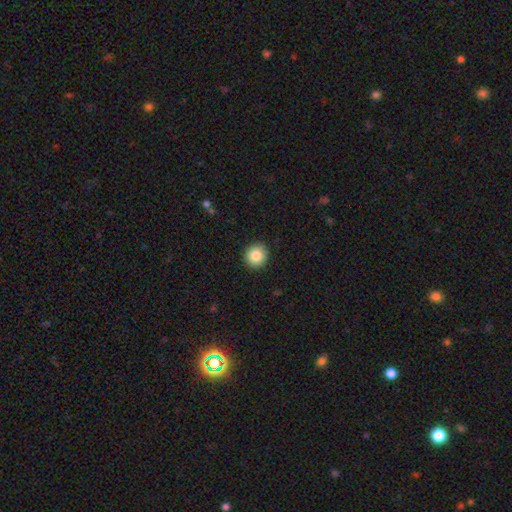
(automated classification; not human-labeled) Smooth or featured?
  - smooth: 85% *
  - star or artifact: 9%
  - featured or disk: 7%
How rounded?
  - round: 87% *
  - in between: 12%
  - cigar-shaped: 1%
Merging?
  - none: 91% *
  - minor disturbance: 6%
  - major disturbance: 2%
  - merger: 1%